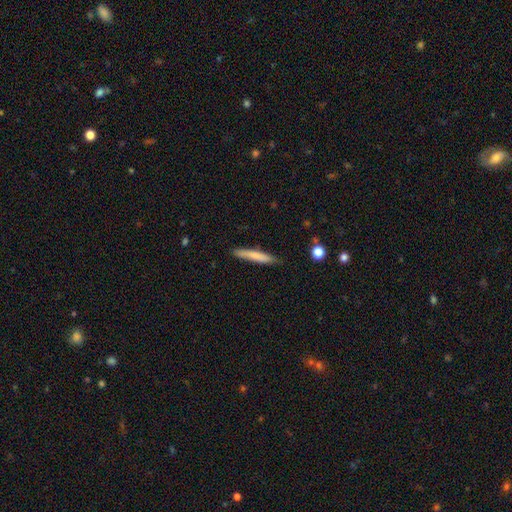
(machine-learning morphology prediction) smooth-or-featured: smooth: 72% | featured or disk: 22% | star or artifact: 6%
  how-rounded: cigar-shaped: 94% | in between: 5% | round: 1%
  merging: none: 83% | minor disturbance: 13% | major disturbance: 2% | merger: 2%